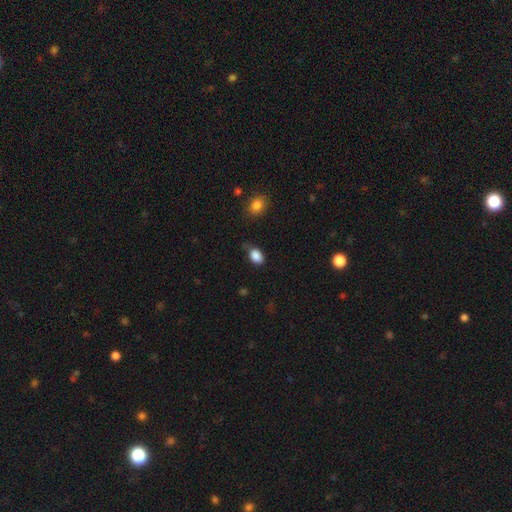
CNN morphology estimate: Q: Smooth or featured?
A: smooth (87%); runner-up: star or artifact (9%)
Q: How rounded?
A: in between (85%); runner-up: round (14%)
Q: Merging?
A: none (69%); runner-up: minor disturbance (24%)